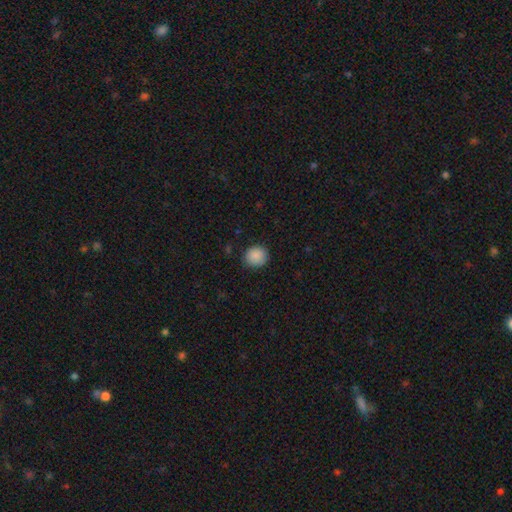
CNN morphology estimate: Smooth or featured? smooth (89%)
How rounded? round (83%)
Merging? none (85%)